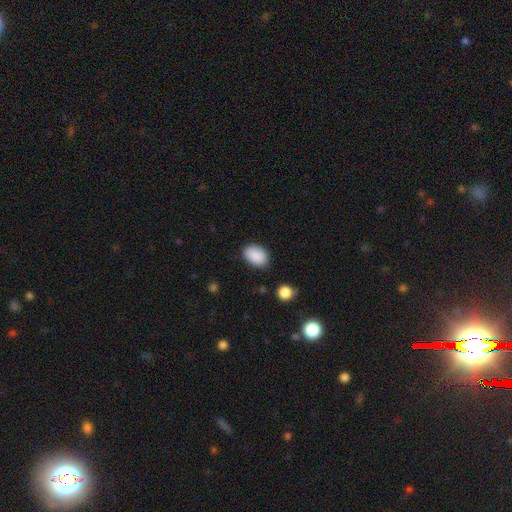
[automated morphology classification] Smooth or featured? Predicted: smooth (p=0.89). How rounded? Predicted: in between (p=0.83). Merging? Predicted: none (p=0.81).